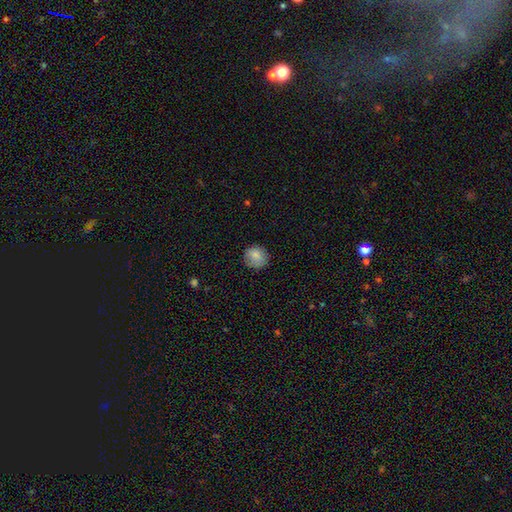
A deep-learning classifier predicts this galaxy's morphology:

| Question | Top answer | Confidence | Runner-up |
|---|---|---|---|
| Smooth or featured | smooth | 85% | star or artifact (8%) |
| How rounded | round | 88% | in between (11%) |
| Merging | none | 82% | minor disturbance (14%) |